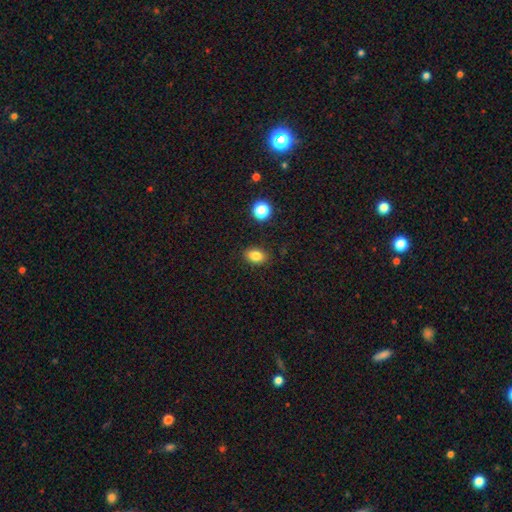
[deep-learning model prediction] Morphology: type=smooth (83%); roundness=in between (79%); merging=none (86%).